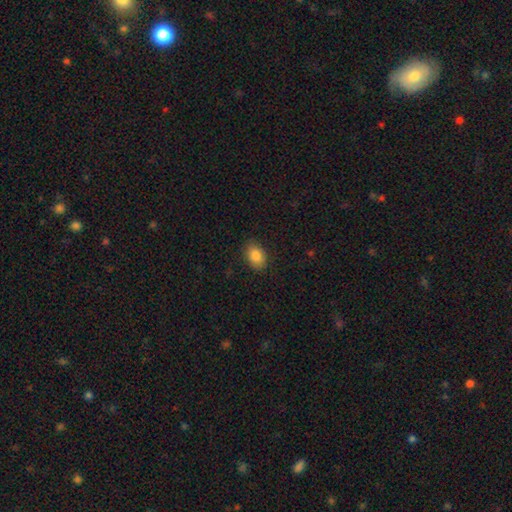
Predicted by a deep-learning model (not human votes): Smooth or featured?
  - smooth: 86% *
  - star or artifact: 8%
  - featured or disk: 6%
How rounded?
  - in between: 80% *
  - round: 19%
  - cigar-shaped: 1%
Merging?
  - none: 86% *
  - minor disturbance: 10%
  - major disturbance: 2%
  - merger: 1%